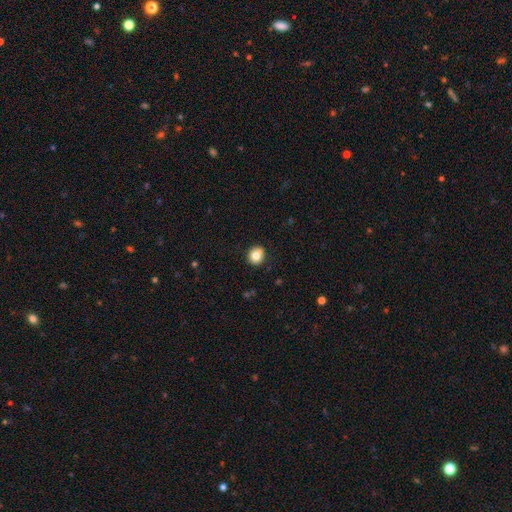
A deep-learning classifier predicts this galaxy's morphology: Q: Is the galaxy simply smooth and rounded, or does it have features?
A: smooth — 81%.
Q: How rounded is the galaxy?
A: round — 83%.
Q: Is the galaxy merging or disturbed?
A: none — 85%.